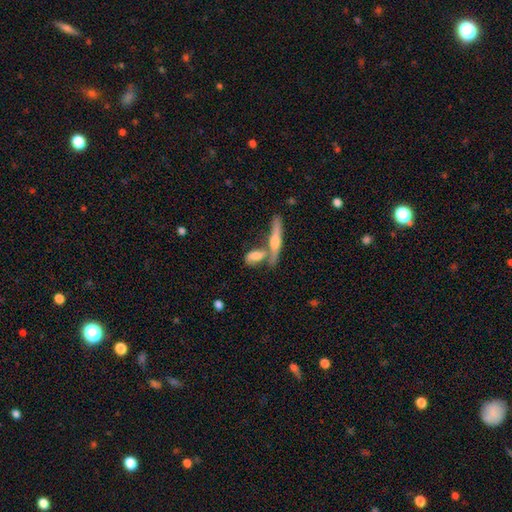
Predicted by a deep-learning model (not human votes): The model was most divided on "merging": merger: 44%, none: 39%, minor disturbance: 12%, major disturbance: 6%. More confident: how rounded — in between (60%); smooth or featured — smooth (55%).